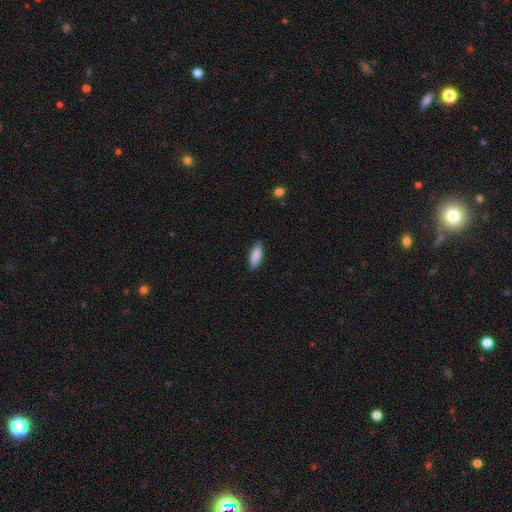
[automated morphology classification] type=smooth (88%); roundness=in between (62%); merging=none (87%).